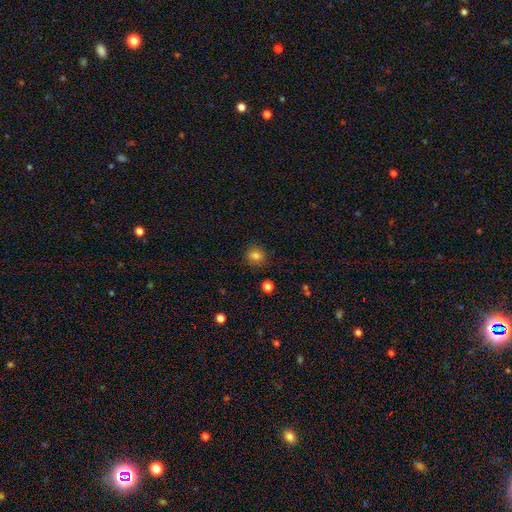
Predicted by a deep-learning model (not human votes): smooth-or-featured: smooth: 82% | star or artifact: 12% | featured or disk: 6%
  how-rounded: round: 86% | in between: 13% | cigar-shaped: 1%
  merging: none: 88% | minor disturbance: 9% | major disturbance: 2% | merger: 1%